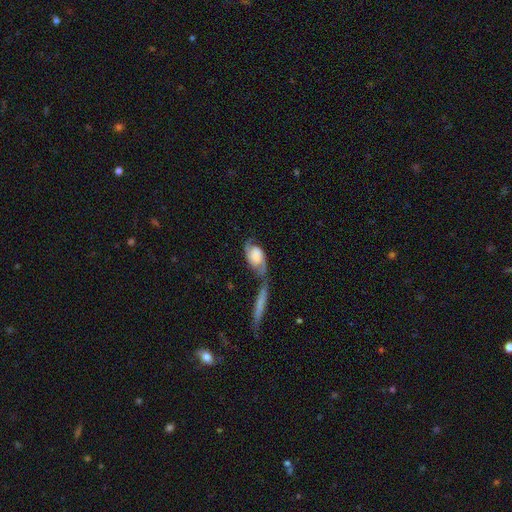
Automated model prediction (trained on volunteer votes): smooth-or-featured: featured or disk: 67% | smooth: 26% | star or artifact: 7%
  disk-edge-on: no: 93% | yes: 7%
    bar: no: 66% | weak: 24% | strong: 10%
    has-spiral-arms: yes: 90% | no: 10%
      spiral-winding: loose: 42% | medium: 38% | tight: 20%
      spiral-arm-count: 2: 88% | can't tell: 5% | 1: 4% | 3: 1% | 4: 1% | more than 4: 1%
    bulge-size: large: 31% (tied) | none: 31% (tied) | dominant: 15% | moderate: 12% | small: 11%
  merging: merger: 38% | none: 31% | minor disturbance: 17% | major disturbance: 15%